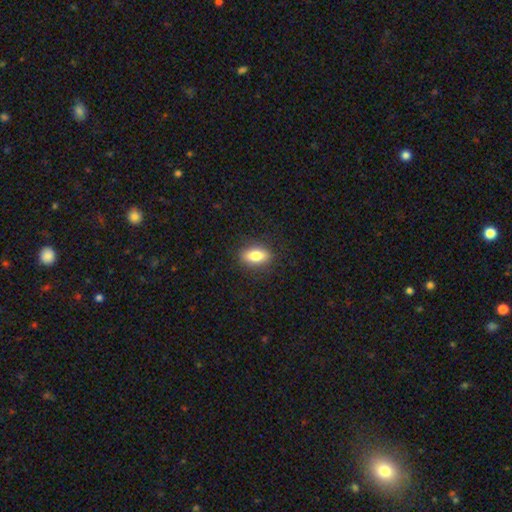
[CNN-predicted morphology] smooth 80%, featured or disk 12%, star or artifact 8%. Down the decision tree: how rounded — in between (83%); merging — none (86%).